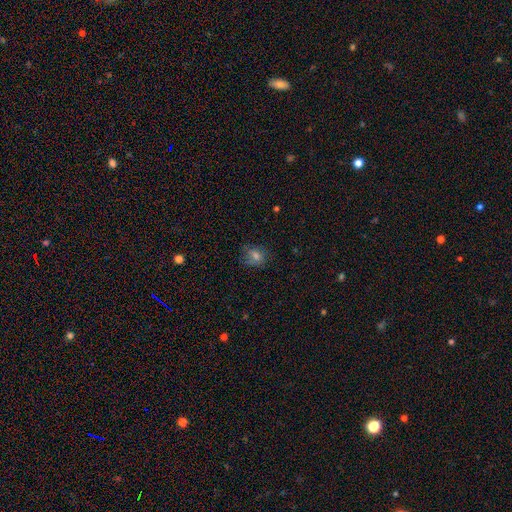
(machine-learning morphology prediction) type=smooth (64%); roundness=round (57%); merging=none (70%).